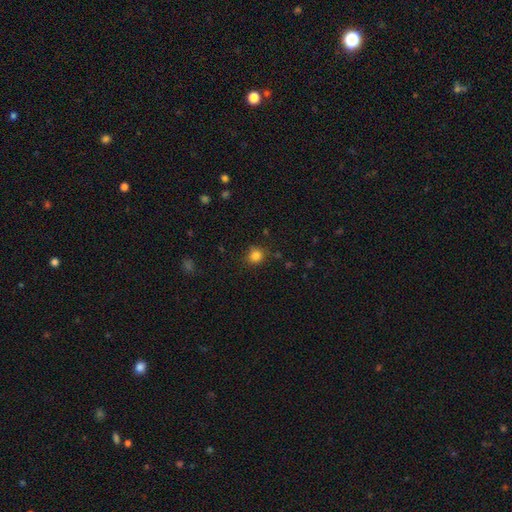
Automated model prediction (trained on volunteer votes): This appears to be a smooth galaxy with no disk features (83%) that is round (87%). Merging: none (85%).